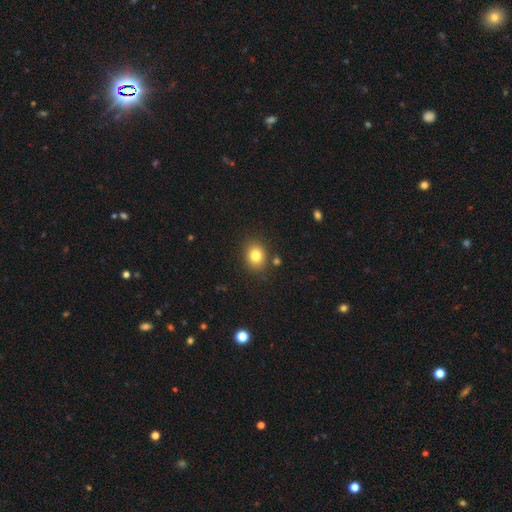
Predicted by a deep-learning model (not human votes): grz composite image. It shows a smooth galaxy with no disk features (81%) that is round (58%). Merging: none (84%).